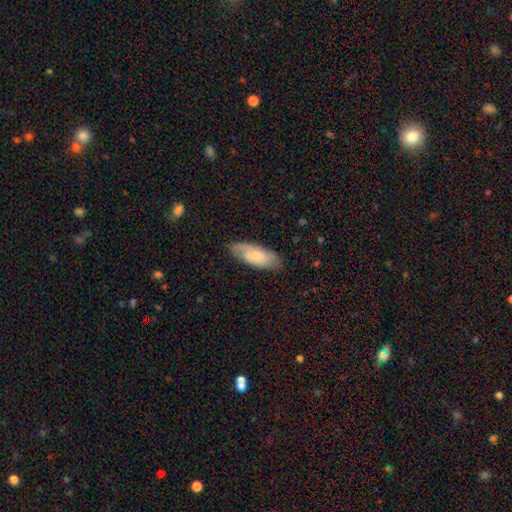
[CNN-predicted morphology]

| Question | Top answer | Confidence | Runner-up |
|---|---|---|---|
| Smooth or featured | smooth | 55% | featured or disk (38%) |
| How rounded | in between | 80% | cigar-shaped (18%) |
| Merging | none | 76% | minor disturbance (18%) |